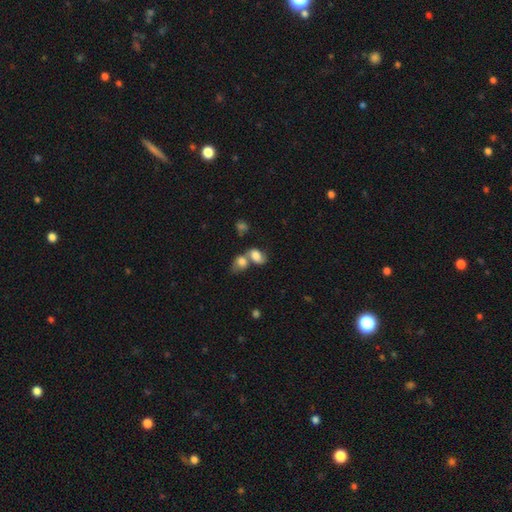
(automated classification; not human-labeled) A smooth galaxy with no disk features (70%) that is in between round and cigar-shaped (78%).

Vote fractions:
- Smooth or featured? smooth: 70% / featured or disk: 20% / star or artifact: 10%
- How rounded? in between: 78% / round: 20% / cigar-shaped: 2%
- Merging? merger: 58% / none: 24% / minor disturbance: 11% / major disturbance: 7%